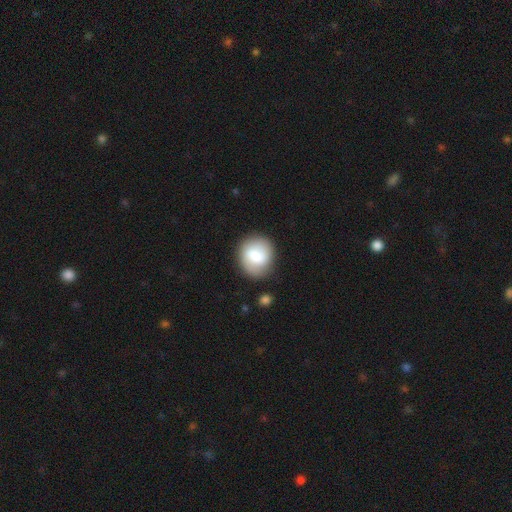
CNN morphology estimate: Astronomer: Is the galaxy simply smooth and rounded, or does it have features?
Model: smooth — 68%.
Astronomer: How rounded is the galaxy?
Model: round — 77%.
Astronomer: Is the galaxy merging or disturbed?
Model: none — 78%.